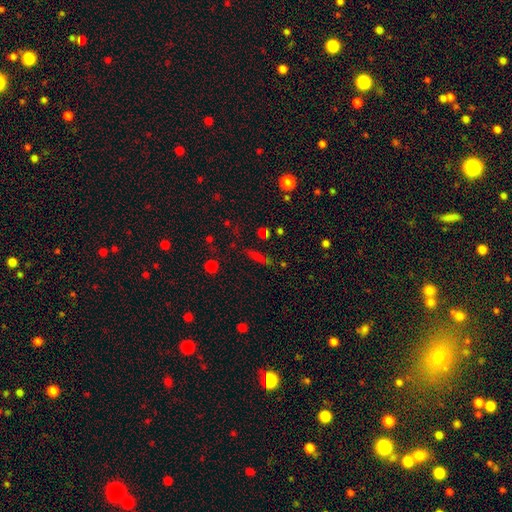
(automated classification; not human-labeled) Smooth or featured? smooth (49%)
Merging? none (74%)